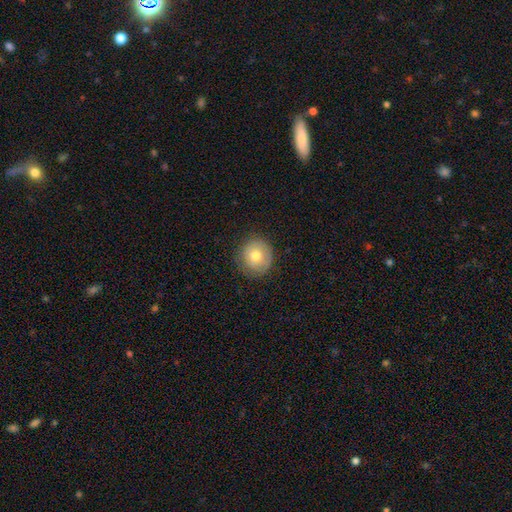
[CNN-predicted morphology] smooth-or-featured: smooth: 71% | featured or disk: 20% | star or artifact: 9%
  how-rounded: round: 88% | in between: 12% | cigar-shaped: 1%
  merging: none: 82% | minor disturbance: 13% | major disturbance: 4% | merger: 1%